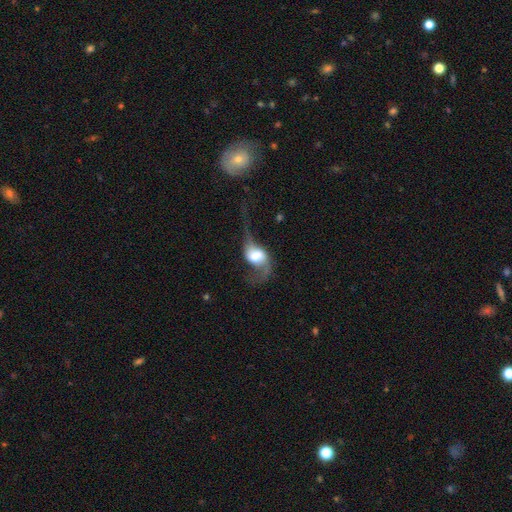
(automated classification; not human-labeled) Overall: featured or disk (65%; smooth 27%). Edge-on disk: no (94%). Bar: no (54%; weak 33%). Spiral arms: yes (83%). Spiral arm count: 2 (74%). Spiral winding: loose (85%). Bulge size: large (43%; moderate 23%). Merging: major disturbance (50%; none 28%).